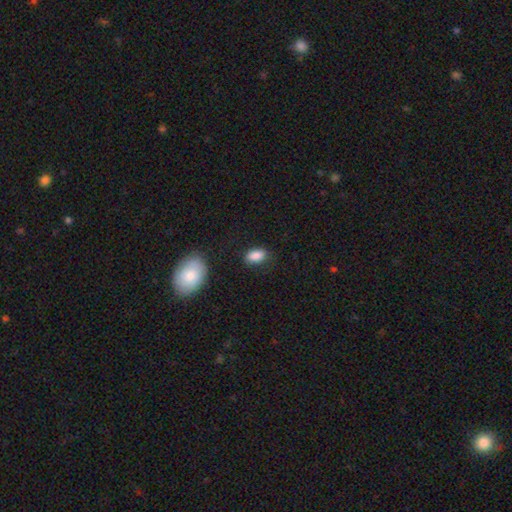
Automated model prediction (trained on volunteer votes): Q: Smooth or featured?
A: smooth (88%); runner-up: star or artifact (8%)
Q: How rounded?
A: in between (90%); runner-up: round (7%)
Q: Merging?
A: none (81%); runner-up: minor disturbance (14%)